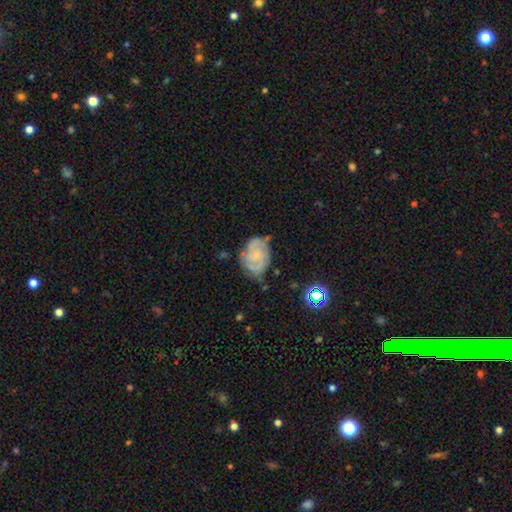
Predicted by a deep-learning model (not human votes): This is likely a featured or disk galaxy (72%). It is clearly not viewed edge-on (98%). Bar: likely no (66%). Spiral arm pattern: clearly yes (92%). Spiral arm count: possibly 2 (47%). Spiral winding: possibly tight (52%). Central bulge: likely small (63%). Merging: likely none (60%).